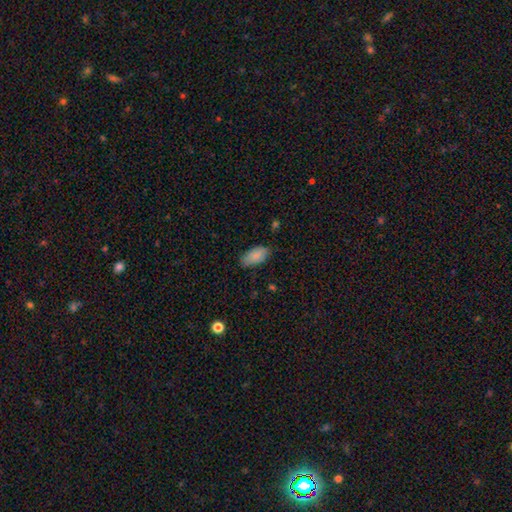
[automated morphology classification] smooth_or_featured: smooth (p=0.85) [alt: featured or disk p=0.08]
how_rounded: in between (p=0.94) [alt: cigar-shaped p=0.04]
merging: none (p=0.76) [alt: minor disturbance p=0.19]